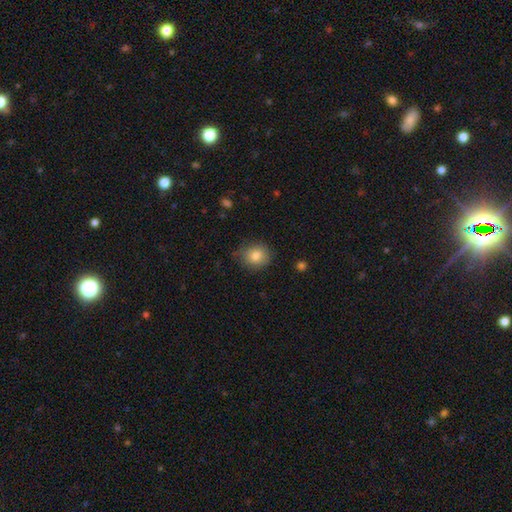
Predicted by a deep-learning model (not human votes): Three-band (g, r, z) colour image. It shows a smooth galaxy with no disk features (82%) that is round (76%). Merging: none (79%).